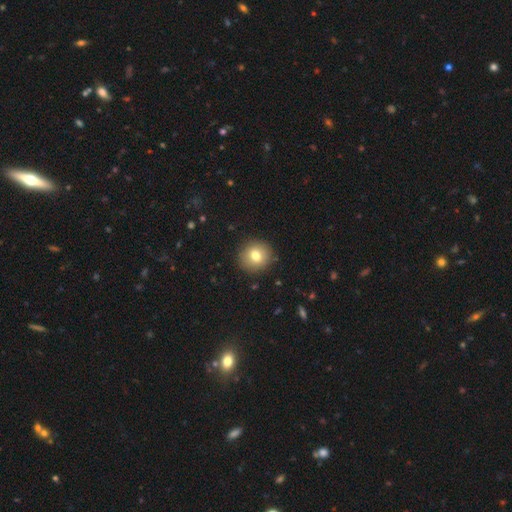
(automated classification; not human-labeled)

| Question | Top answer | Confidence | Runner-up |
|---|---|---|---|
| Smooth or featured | smooth | 77% | featured or disk (13%) |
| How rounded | round | 88% | in between (11%) |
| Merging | none | 89% | minor disturbance (8%) |